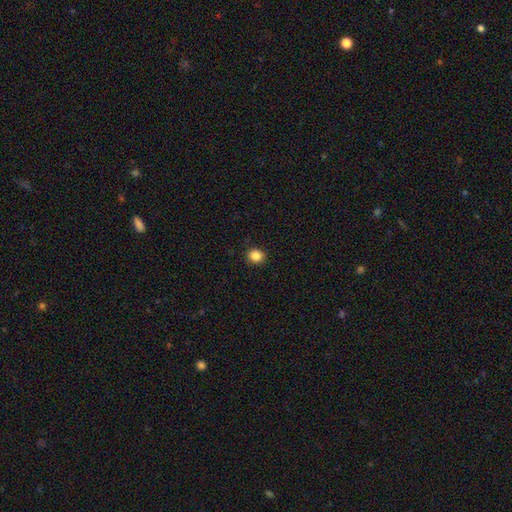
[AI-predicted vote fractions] Overall: smooth (85%). How rounded: round (80%). Merging: none (92%).